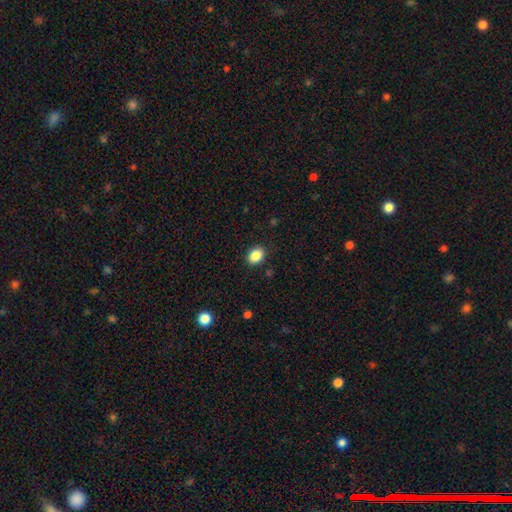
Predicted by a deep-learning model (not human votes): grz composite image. It shows a smooth galaxy with no disk features (87%) that is in between round and cigar-shaped (66%). Merging: none (89%).